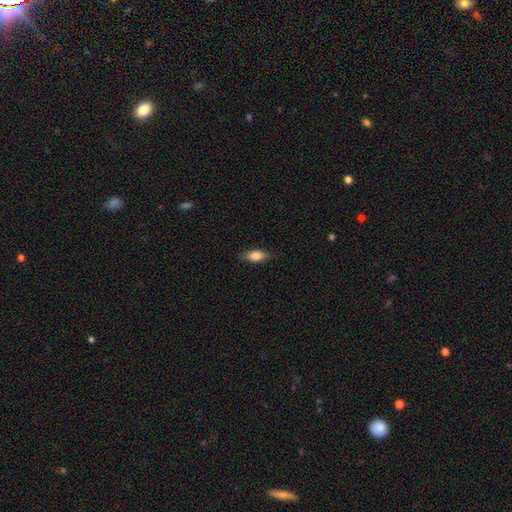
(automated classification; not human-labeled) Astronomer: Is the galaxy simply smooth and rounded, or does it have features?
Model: smooth — 81%.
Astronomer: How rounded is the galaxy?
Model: in between — 82%.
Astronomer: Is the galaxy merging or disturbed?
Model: none — 81%.